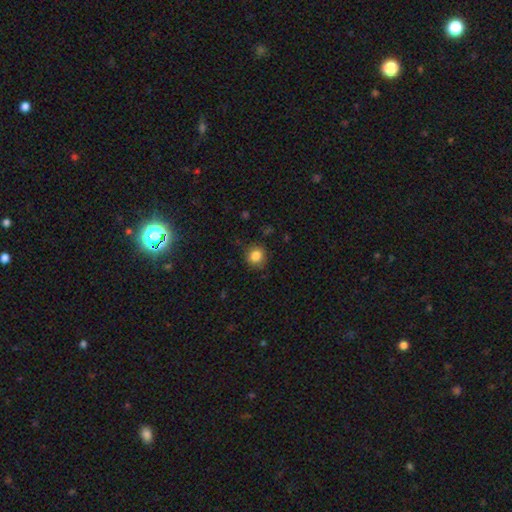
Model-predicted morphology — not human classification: Overall: smooth (84%). How rounded: round (83%). Merging: none (81%).